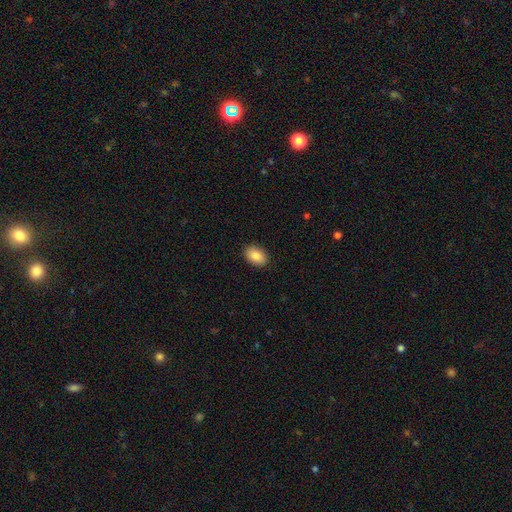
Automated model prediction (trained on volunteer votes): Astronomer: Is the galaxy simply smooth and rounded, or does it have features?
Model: smooth — 87%.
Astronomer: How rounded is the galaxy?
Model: in between — 87%.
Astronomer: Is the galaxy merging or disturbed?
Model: none — 90%.